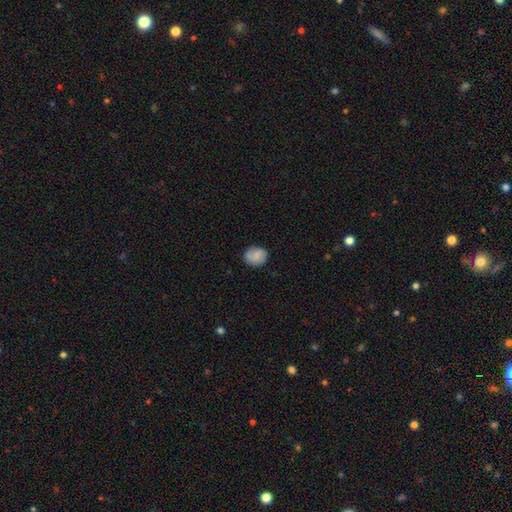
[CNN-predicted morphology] Q: Smooth or featured?
A: smooth (74%); runner-up: featured or disk (18%)
Q: How rounded?
A: round (63%); runner-up: in between (36%)
Q: Merging?
A: none (80%); runner-up: minor disturbance (15%)